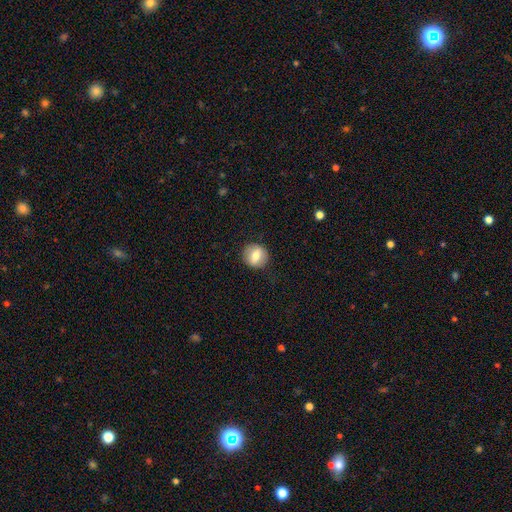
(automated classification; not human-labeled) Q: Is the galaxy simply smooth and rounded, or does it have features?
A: smooth — 67%.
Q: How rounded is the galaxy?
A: round — 86%.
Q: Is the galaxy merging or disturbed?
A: none — 88%.